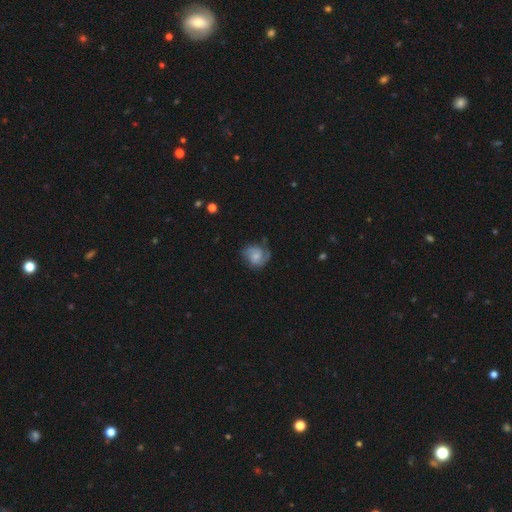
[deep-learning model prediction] The model was most divided on "spiral winding": medium: 45%, tight: 35%, loose: 20%. Remaining: edge-on disk — no (98%); spiral arms — yes (90%); spiral arm count — 2 (68%); merging — none (64%); bar — no (62%); smooth or featured — featured or disk (59%); bulge size — small (45%).